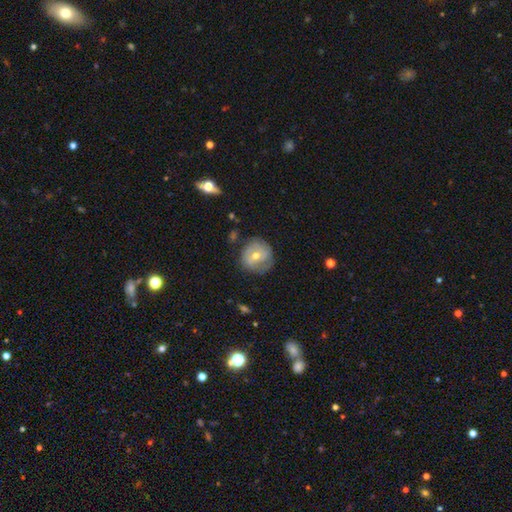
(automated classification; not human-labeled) Q: Smooth or featured?
A: featured or disk (48%); runner-up: smooth (44%)
Q: Merging?
A: none (67%); runner-up: minor disturbance (23%)